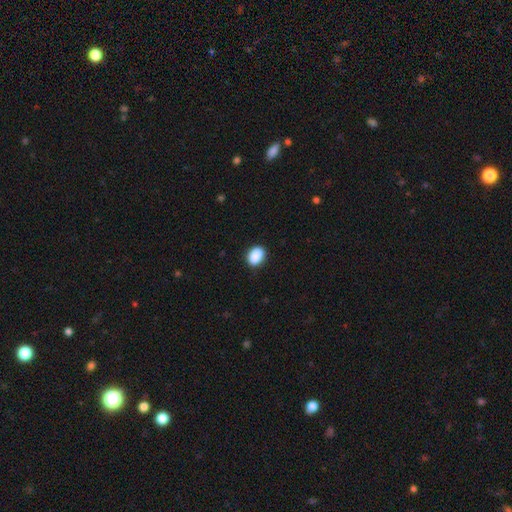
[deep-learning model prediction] Smooth or featured? Predicted: smooth (p=0.89). How rounded? Predicted: in between (p=0.78). Merging? Predicted: none (p=0.86).